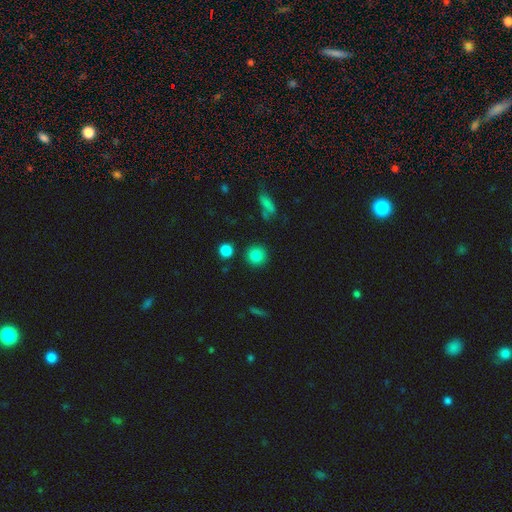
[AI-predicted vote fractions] Smooth or featured?
  - smooth: 83% *
  - star or artifact: 10%
  - featured or disk: 7%
How rounded?
  - round: 92% *
  - in between: 6%
  - cigar-shaped: 1%
Merging?
  - none: 88% *
  - minor disturbance: 6%
  - merger: 3%
  - major disturbance: 2%